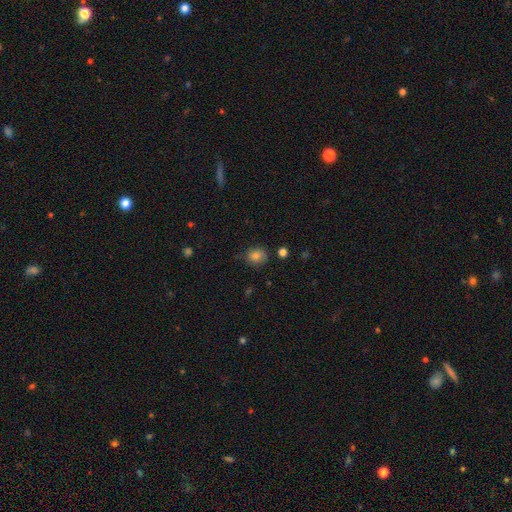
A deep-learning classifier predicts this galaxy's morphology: smooth-or-featured: smooth: 81% | star or artifact: 11% | featured or disk: 8%
  how-rounded: round: 68% | in between: 31% | cigar-shaped: 1%
  merging: none: 71% | minor disturbance: 22% | major disturbance: 5% | merger: 2%